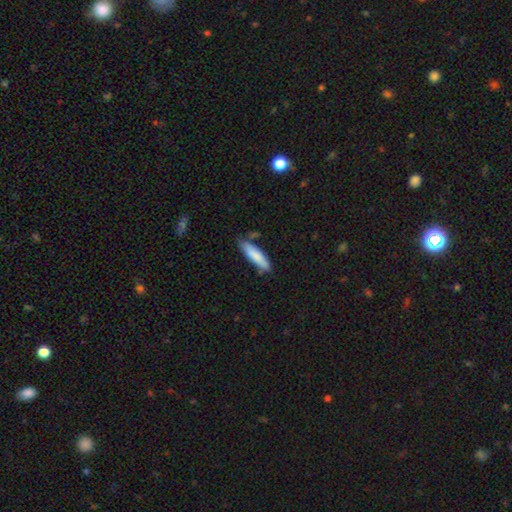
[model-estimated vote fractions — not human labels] Smooth or featured: smooth — 81% (featured or disk — 13%)
How rounded: cigar-shaped — 70% (in between — 28%)
Merging: none — 73% (minor disturbance — 18%)